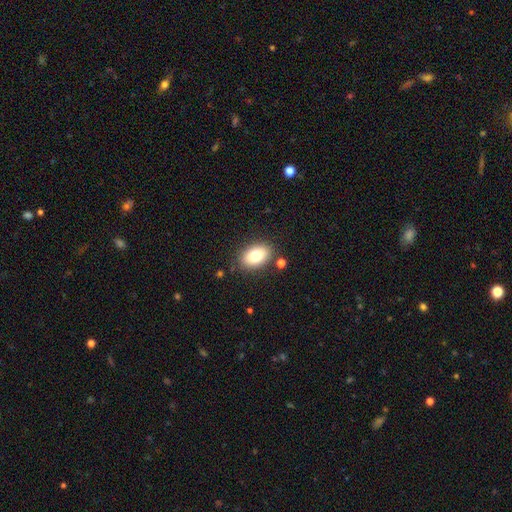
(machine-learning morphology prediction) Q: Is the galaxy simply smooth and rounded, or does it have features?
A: smooth — 79%.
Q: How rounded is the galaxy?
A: in between — 87%.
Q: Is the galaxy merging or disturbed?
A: none — 83%.